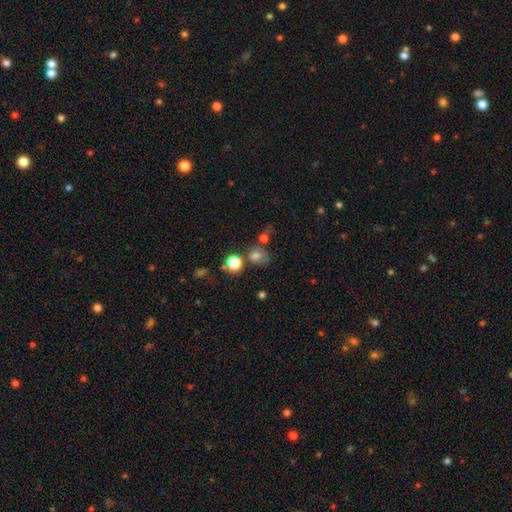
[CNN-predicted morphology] The model was most divided on "how rounded": round: 61%, in between: 37%, cigar-shaped: 1%. More confident: smooth or featured — smooth (68%); merging — none (50%).